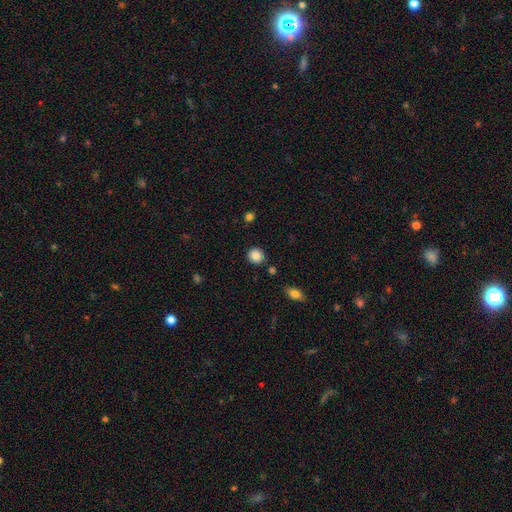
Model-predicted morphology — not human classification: type=smooth (88%); roundness=round (89%); merging=none (87%).